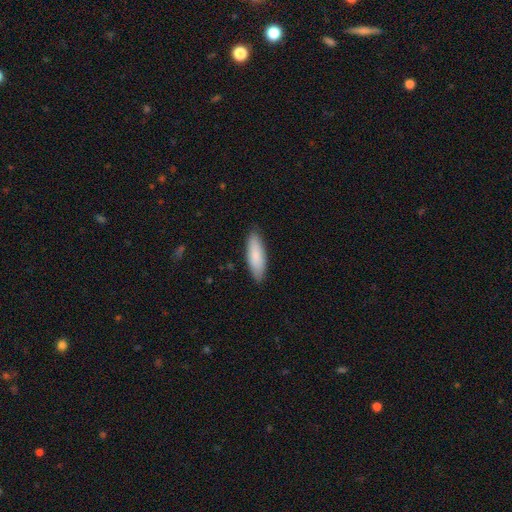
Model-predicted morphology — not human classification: Q: Smooth or featured?
A: smooth (84%); runner-up: featured or disk (11%)
Q: How rounded?
A: in between (50%); runner-up: cigar-shaped (48%)
Q: Merging?
A: none (87%); runner-up: minor disturbance (10%)